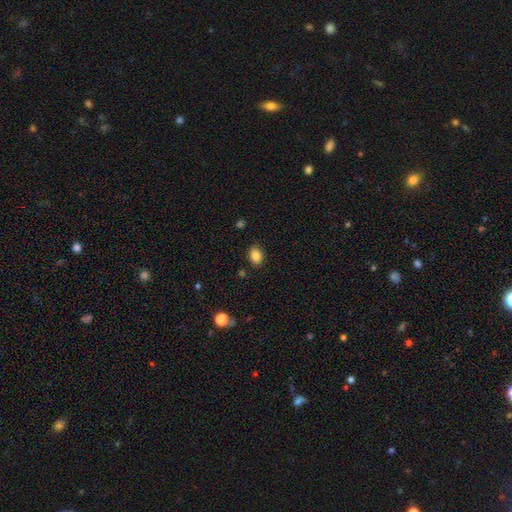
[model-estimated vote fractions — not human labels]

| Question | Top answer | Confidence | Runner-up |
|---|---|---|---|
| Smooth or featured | smooth | 85% | star or artifact (10%) |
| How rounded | in between | 67% | round (32%) |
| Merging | none | 87% | minor disturbance (9%) |